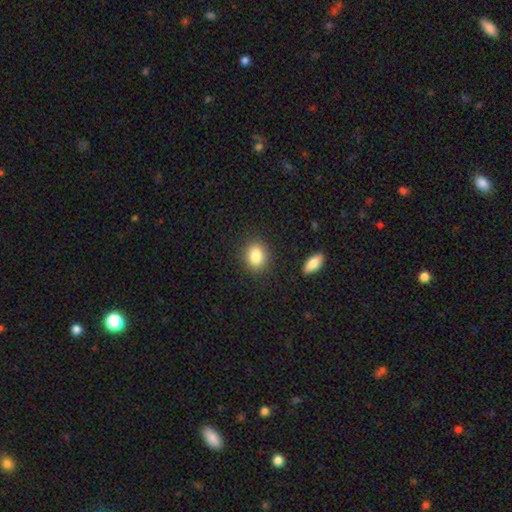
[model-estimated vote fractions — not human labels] Q: Smooth or featured?
A: smooth (85%); runner-up: star or artifact (9%)
Q: How rounded?
A: in between (53%); runner-up: round (46%)
Q: Merging?
A: none (86%); runner-up: minor disturbance (9%)